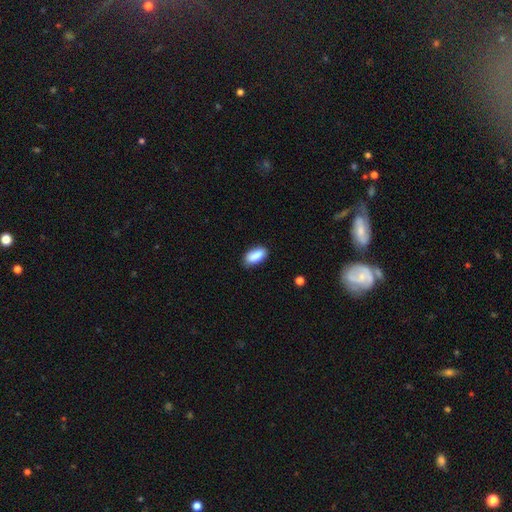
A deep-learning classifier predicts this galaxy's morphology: This appears to be a smooth galaxy with no disk features (88%) that is in between round and cigar-shaped (88%). Merging: none (82%).